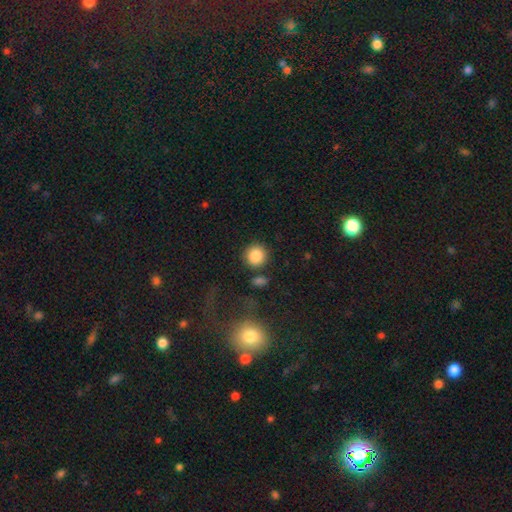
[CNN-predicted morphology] Smooth or featured: smooth — 86% (star or artifact — 9%)
How rounded: round — 91% (in between — 8%)
Merging: none — 82% (minor disturbance — 8%)